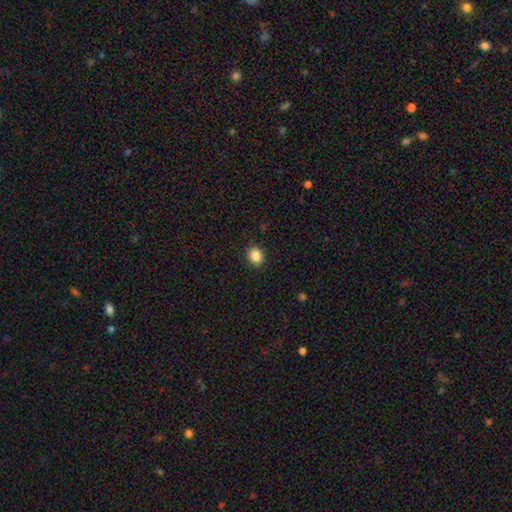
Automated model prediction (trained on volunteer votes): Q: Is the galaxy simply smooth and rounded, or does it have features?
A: smooth — 85%.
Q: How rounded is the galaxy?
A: round — 73%.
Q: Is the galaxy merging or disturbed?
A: none — 91%.